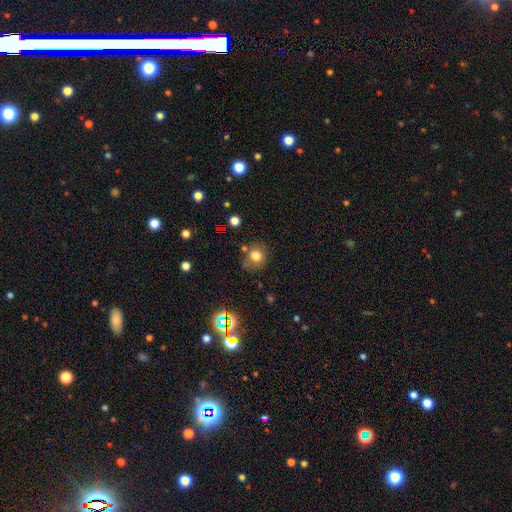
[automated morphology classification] This appears to be a smooth galaxy with no disk features (75%) that is round (79%). Merging: none (72%).